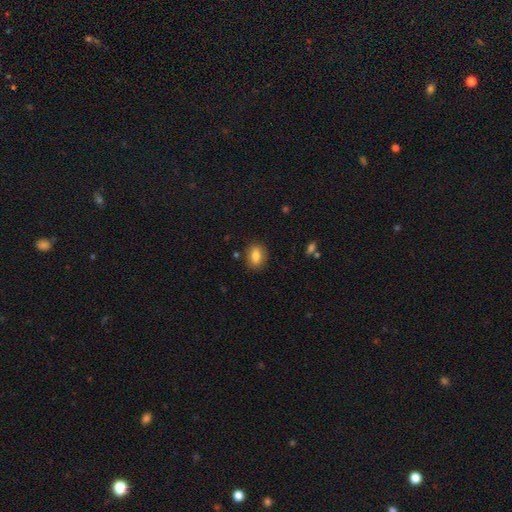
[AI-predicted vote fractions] smooth_or_featured: smooth (p=0.78) [alt: featured or disk p=0.13]
how_rounded: in between (p=0.66) [alt: round p=0.31]
merging: none (p=0.86) [alt: minor disturbance p=0.10]